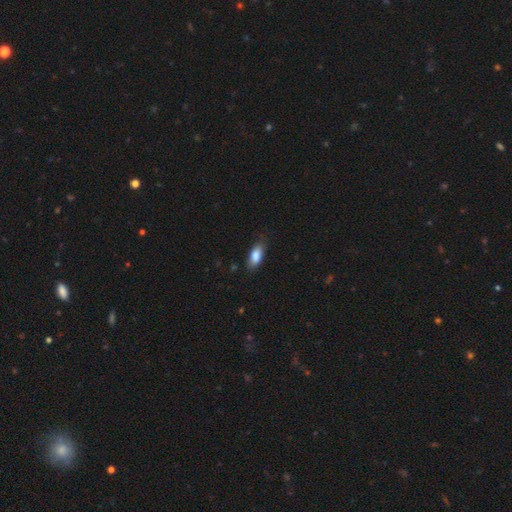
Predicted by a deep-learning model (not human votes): Smooth or featured: smooth — 85% (featured or disk — 8%)
How rounded: in between — 82% (cigar-shaped — 16%)
Merging: none — 78% (minor disturbance — 18%)